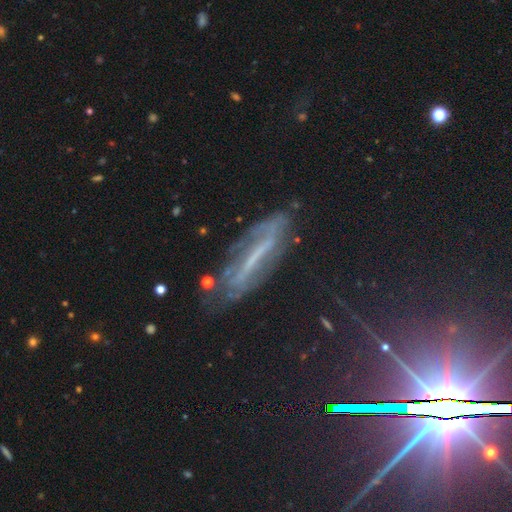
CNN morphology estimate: A featured or disk galaxy (63%). Merging: none (67%).